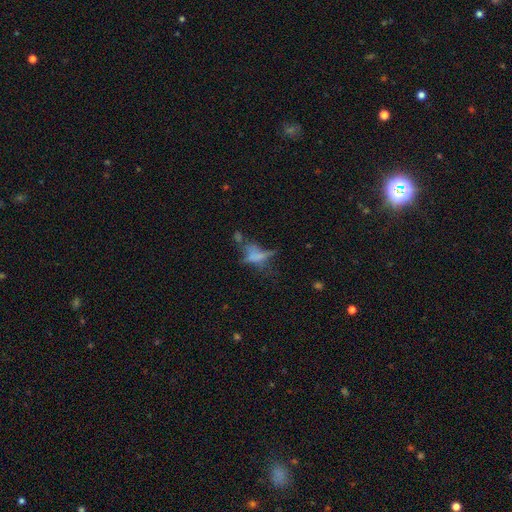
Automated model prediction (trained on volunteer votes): Smooth or featured? smooth (41%)
Merging? none (37%)